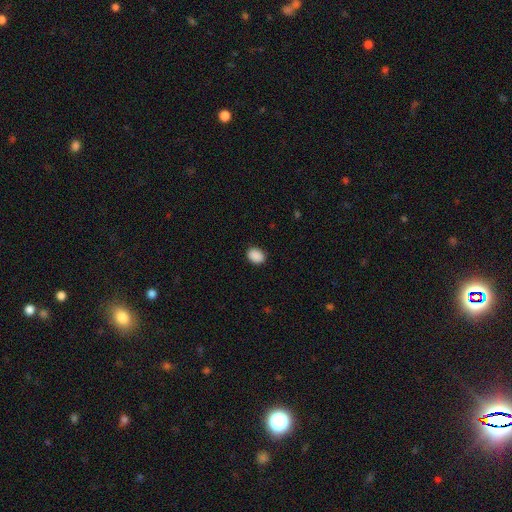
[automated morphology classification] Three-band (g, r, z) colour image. It shows a smooth galaxy with no disk features (90%) that is in between round and cigar-shaped (72%). Merging: none (89%).